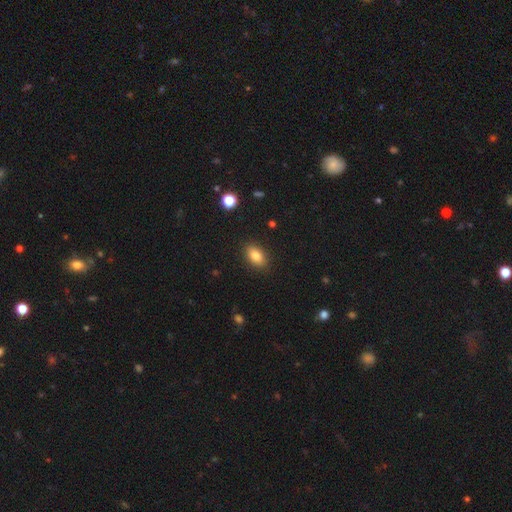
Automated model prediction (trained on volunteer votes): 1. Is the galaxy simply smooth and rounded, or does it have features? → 82% smooth, 9% star or artifact, 9% featured or disk.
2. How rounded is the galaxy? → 88% in between, 9% round, 3% cigar-shaped.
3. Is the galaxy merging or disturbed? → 88% none, 8% minor disturbance, 2% major disturbance, 1% merger.